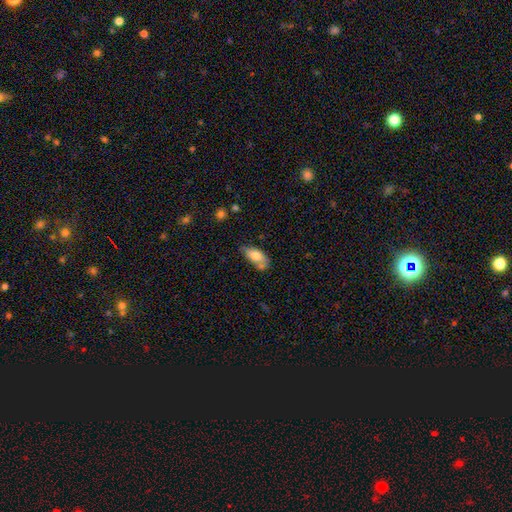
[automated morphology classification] Smooth or featured? smooth (74%)
How rounded? in between (87%)
Merging? none (46%)